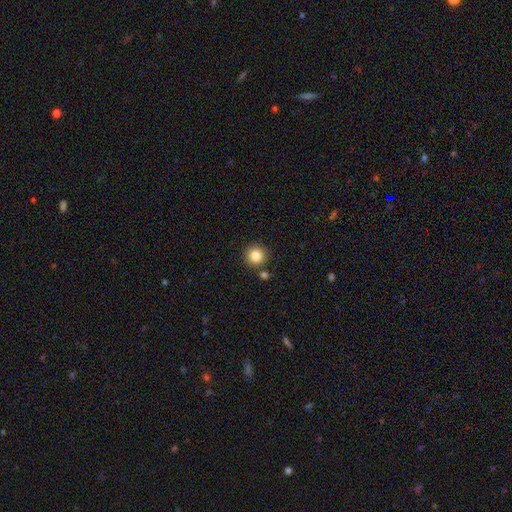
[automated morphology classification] Smooth or featured? smooth (84%)
How rounded? round (94%)
Merging? none (84%)